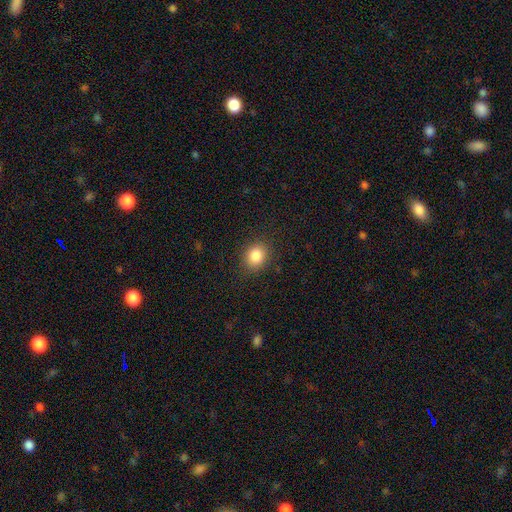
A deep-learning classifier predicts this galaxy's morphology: Q: Smooth or featured?
A: smooth (84%); runner-up: star or artifact (10%)
Q: How rounded?
A: round (66%); runner-up: in between (33%)
Q: Merging?
A: none (87%); runner-up: minor disturbance (9%)